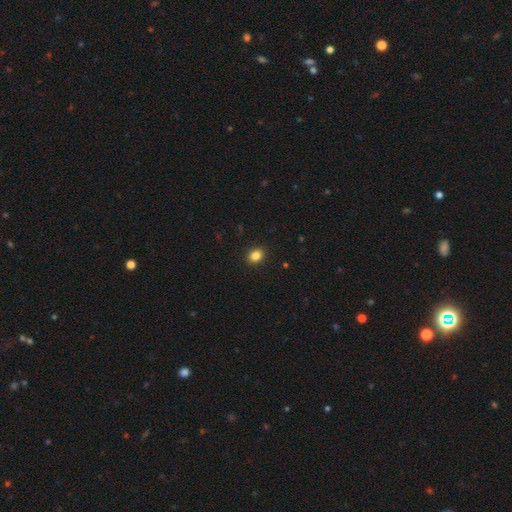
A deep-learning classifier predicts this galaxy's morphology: smooth-or-featured: smooth: 85% | star or artifact: 10% | featured or disk: 5%
  how-rounded: in between: 54% | round: 45% | cigar-shaped: 1%
  merging: none: 91% | minor disturbance: 7% | major disturbance: 2% | merger: 1%